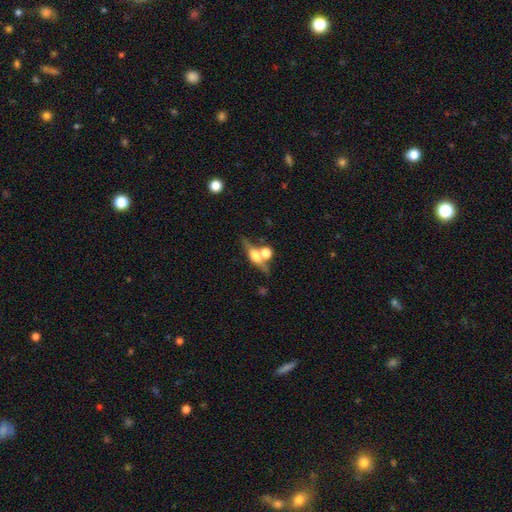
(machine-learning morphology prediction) This is possibly a featured or disk galaxy (55%). It is clearly viewed edge-on (82%). Merging: possibly none (54%).